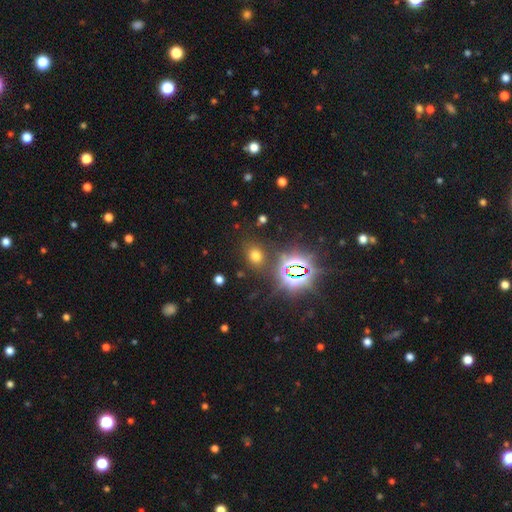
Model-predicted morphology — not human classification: Smooth or featured? smooth (58%)
How rounded? round (52%)
Merging? none (82%)